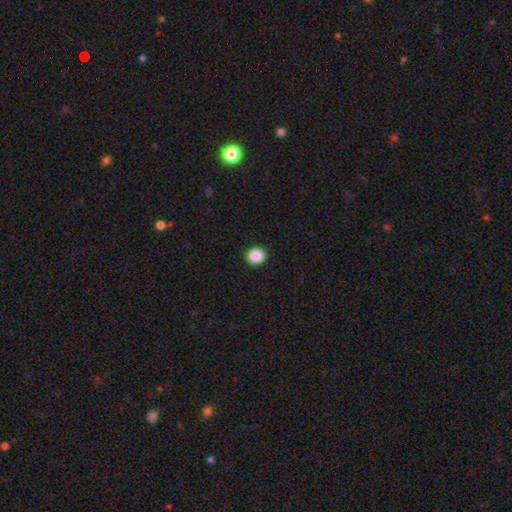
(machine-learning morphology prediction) type=smooth (89%); roundness=round (89%); merging=none (93%).